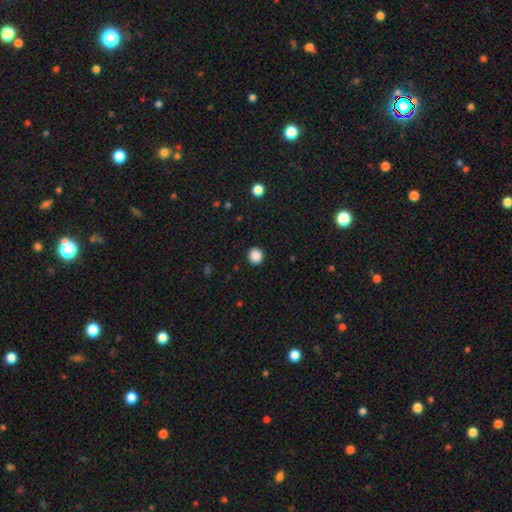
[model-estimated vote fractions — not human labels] This is clearly a smooth galaxy (88%). How rounded: clearly round (90%). Merging: clearly none (92%).